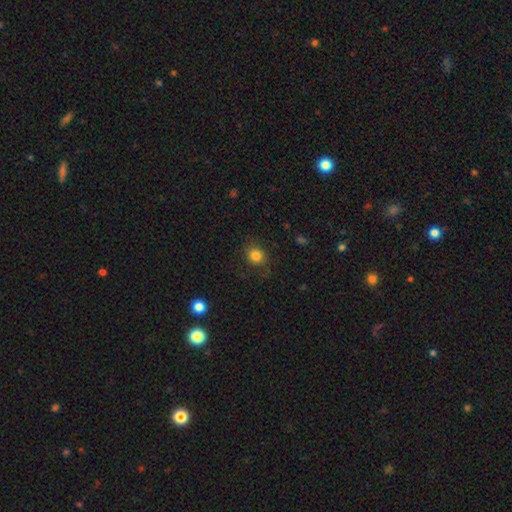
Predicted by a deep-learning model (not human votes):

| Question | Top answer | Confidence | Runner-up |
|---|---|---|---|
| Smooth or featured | smooth | 81% | star or artifact (11%) |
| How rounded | round | 75% | in between (24%) |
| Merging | none | 75% | minor disturbance (16%) |